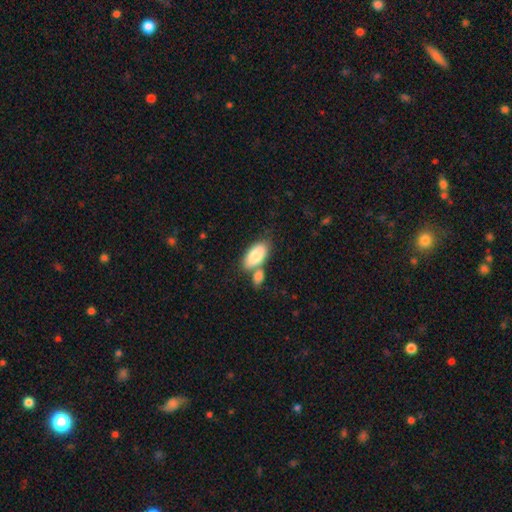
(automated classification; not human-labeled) This is clearly a smooth galaxy (84%). How rounded: clearly in between (92%). Merging: possibly none (48%).